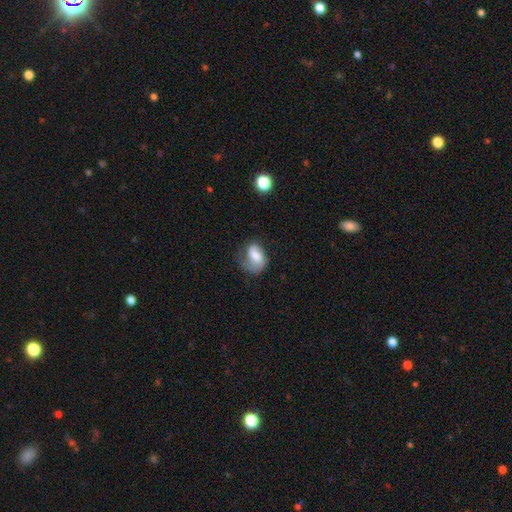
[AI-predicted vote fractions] A smooth galaxy with no disk features (48%).

Vote fractions:
- Smooth or featured? smooth: 48% / featured or disk: 44% / star or artifact: 8%
- Merging? none: 38% / major disturbance: 31% / minor disturbance: 29% / merger: 3%